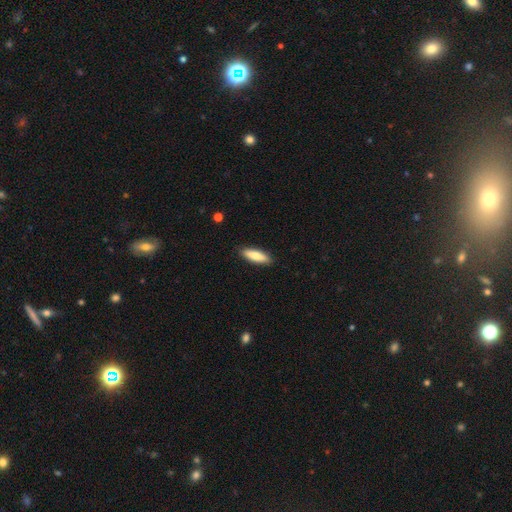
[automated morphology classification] Q: Smooth or featured?
A: smooth (80%); runner-up: featured or disk (14%)
Q: How rounded?
A: cigar-shaped (52%); runner-up: in between (46%)
Q: Merging?
A: none (89%); runner-up: minor disturbance (8%)